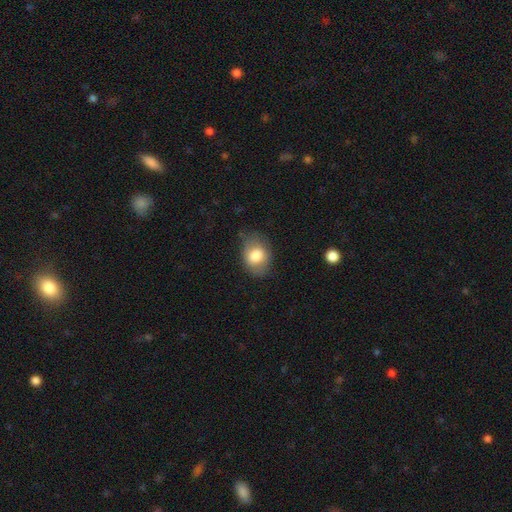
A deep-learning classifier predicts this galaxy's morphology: Overall: smooth (79%). How rounded: in between (66%; round 33%). Merging: none (68%).